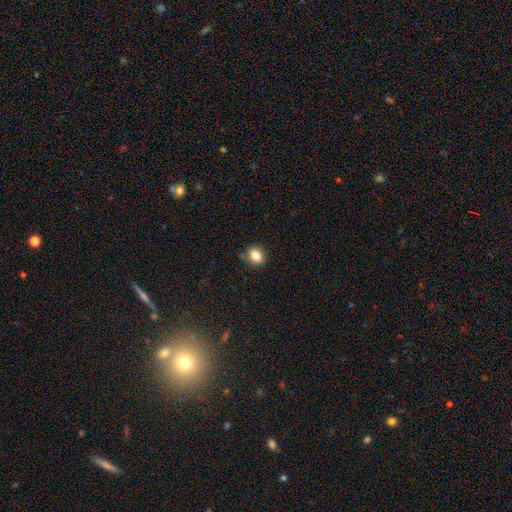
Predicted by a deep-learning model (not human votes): A smooth galaxy with no disk features (84%) that is round (57%).

Vote fractions:
- Smooth or featured? smooth: 84% / star or artifact: 10% / featured or disk: 6%
- How rounded? round: 57% / in between: 42% / cigar-shaped: 1%
- Merging? none: 82% / minor disturbance: 12% / merger: 3% / major disturbance: 3%